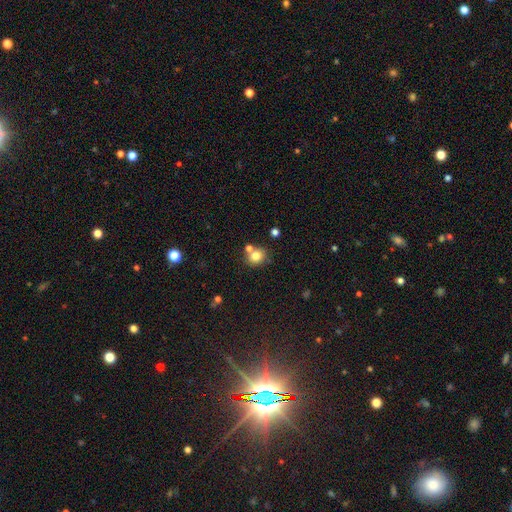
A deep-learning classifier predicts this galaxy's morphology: A smooth galaxy with no disk features (79%) that is round (72%).

Vote fractions:
- Smooth or featured? smooth: 79% / star or artifact: 12% / featured or disk: 9%
- How rounded? round: 72% / in between: 27% / cigar-shaped: 1%
- Merging? none: 65% / merger: 22% / minor disturbance: 11% / major disturbance: 3%